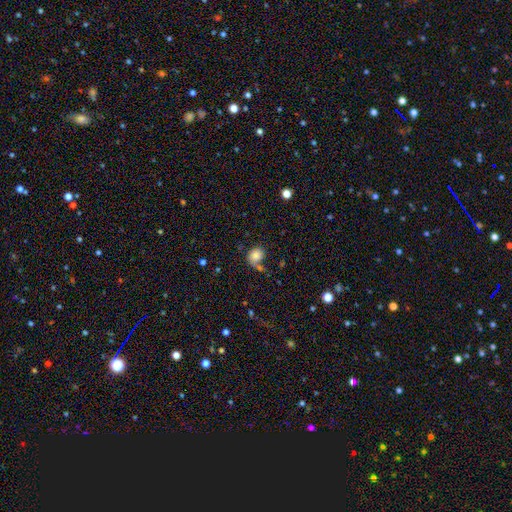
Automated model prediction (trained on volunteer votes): Smooth or featured? Predicted: smooth (p=0.79). How rounded? Predicted: round (p=0.62). Merging? Predicted: none (p=0.51).